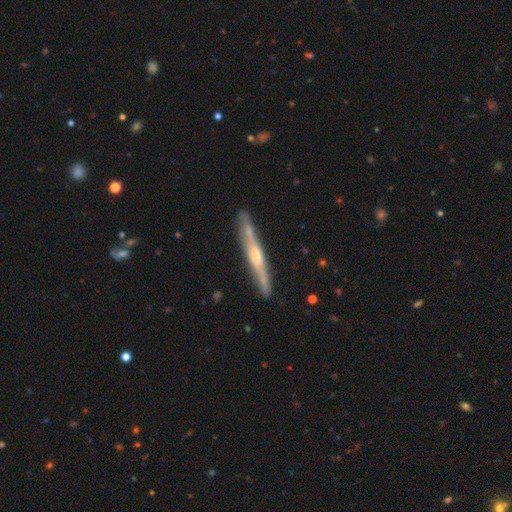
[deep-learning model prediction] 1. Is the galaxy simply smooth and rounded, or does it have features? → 72% featured or disk, 23% smooth, 5% star or artifact.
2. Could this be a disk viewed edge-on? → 94% yes, 6% no.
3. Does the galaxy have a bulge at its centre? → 70% rounded, 21% none, 9% boxy.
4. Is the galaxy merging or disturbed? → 85% none, 11% minor disturbance, 2% major disturbance, 2% merger.